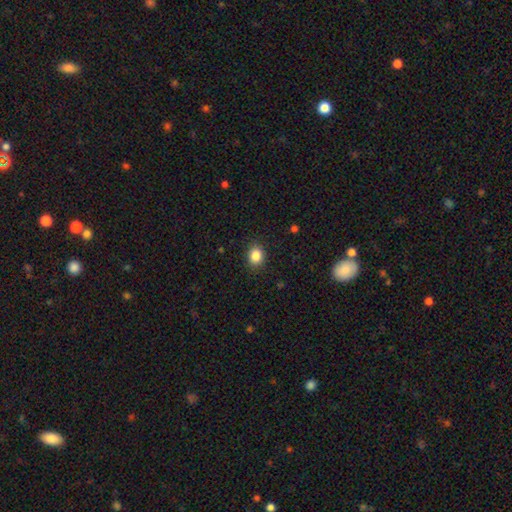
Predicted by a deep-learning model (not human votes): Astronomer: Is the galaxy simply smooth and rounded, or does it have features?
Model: smooth — 85%.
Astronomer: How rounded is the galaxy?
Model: round — 58% (runner-up: in between, 41%).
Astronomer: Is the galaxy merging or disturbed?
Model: none — 89%.